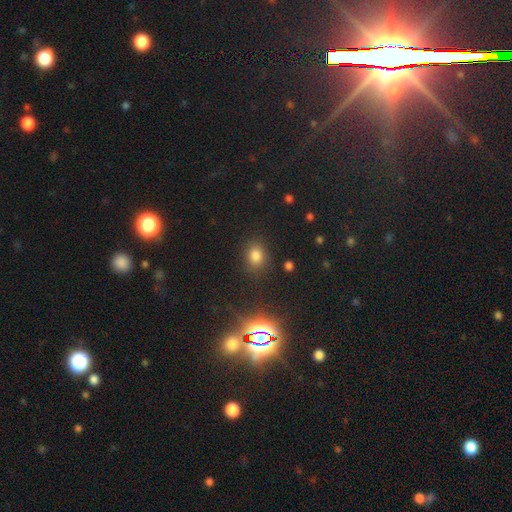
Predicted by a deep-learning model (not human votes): smooth-or-featured: smooth: 75% | star or artifact: 19% | featured or disk: 6%
  how-rounded: in between: 51% | round: 47% | cigar-shaped: 1%
  merging: none: 82% | minor disturbance: 12% | major disturbance: 4% | merger: 2%